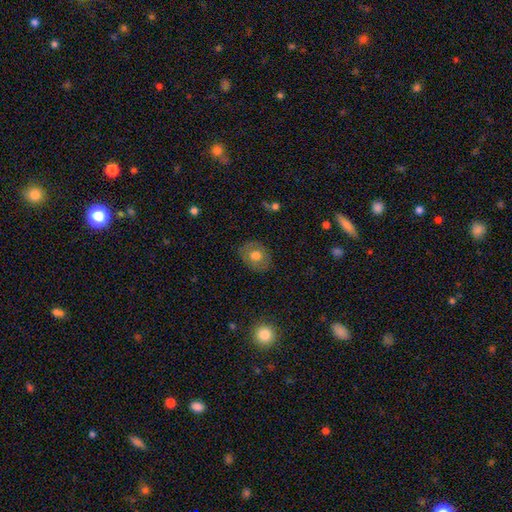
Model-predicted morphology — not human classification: Smooth or featured? smooth (64%)
How rounded? round (51%)
Merging? none (82%)